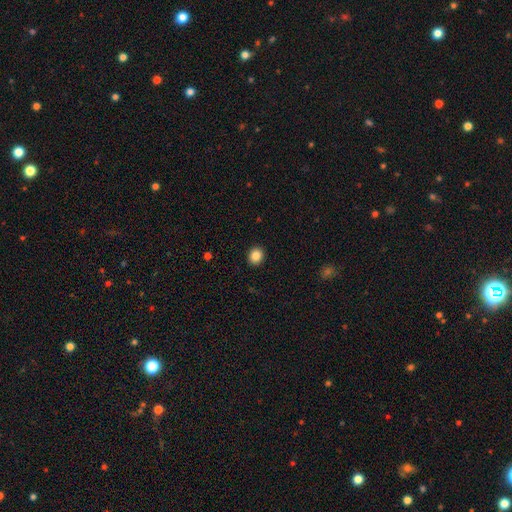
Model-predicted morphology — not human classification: A smooth galaxy with no disk features (86%) that is round (76%).

Vote fractions:
- Smooth or featured? smooth: 86% / star or artifact: 10% / featured or disk: 4%
- How rounded? round: 76% / in between: 23% / cigar-shaped: 1%
- Merging? none: 92% / minor disturbance: 5% / major disturbance: 2% / merger: 1%